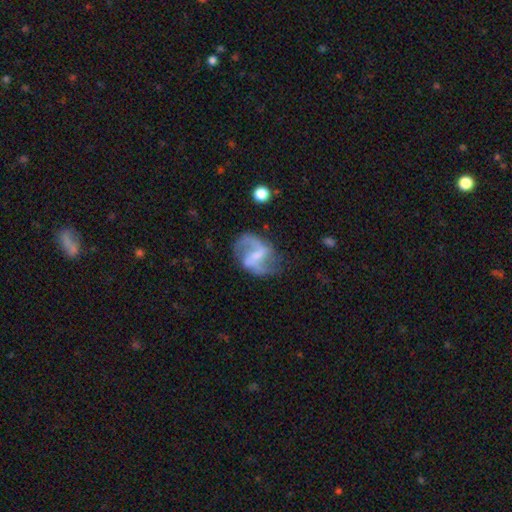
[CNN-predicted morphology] Overall: featured or disk (83%). Edge-on disk: no (98%). Bar: weak (47%; strong 37%). Spiral arms: yes (93%). Spiral arm count: 2 (88%). Spiral winding: loose (53%; medium 39%). Bulge size: none (36%, tied with small). Merging: none (66%).